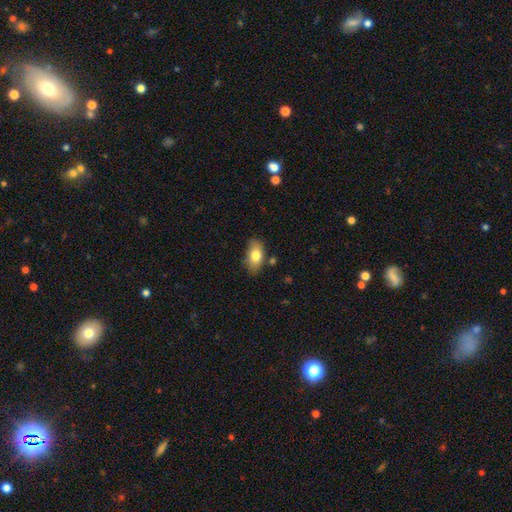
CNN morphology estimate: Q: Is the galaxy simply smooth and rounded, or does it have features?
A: smooth — 78%.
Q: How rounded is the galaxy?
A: in between — 91%.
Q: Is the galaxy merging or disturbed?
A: none — 76%.